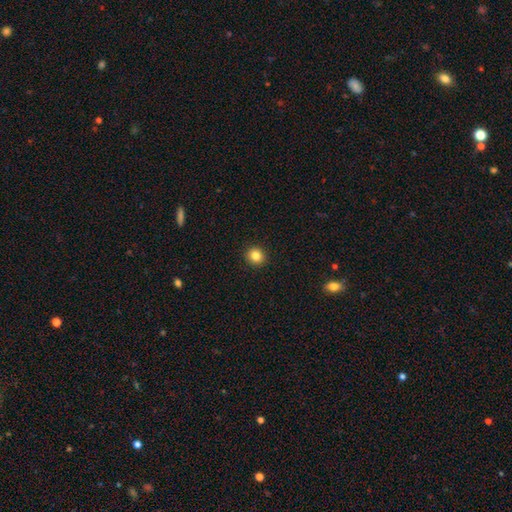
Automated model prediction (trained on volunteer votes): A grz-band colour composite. It shows a smooth galaxy with no disk features (84%) that is round (90%). Merging: none (93%).